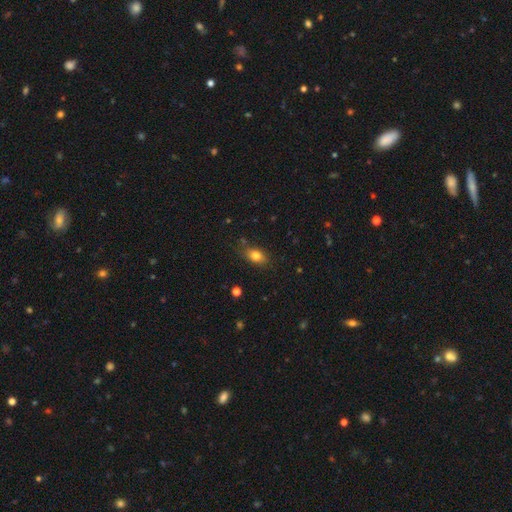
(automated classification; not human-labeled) smooth_or_featured: smooth (p=0.81) [alt: star or artifact p=0.10]
how_rounded: in between (p=0.81) [alt: round p=0.16]
merging: none (p=0.79) [alt: minor disturbance p=0.15]